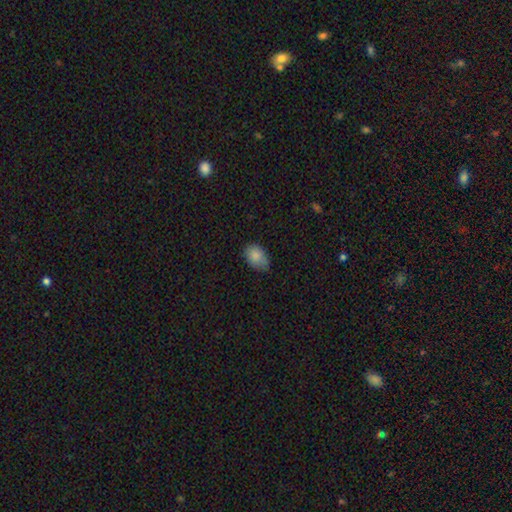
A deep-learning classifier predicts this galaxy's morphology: A smooth galaxy with no disk features (86%) that is in between round and cigar-shaped (82%). Merging: none (64%).